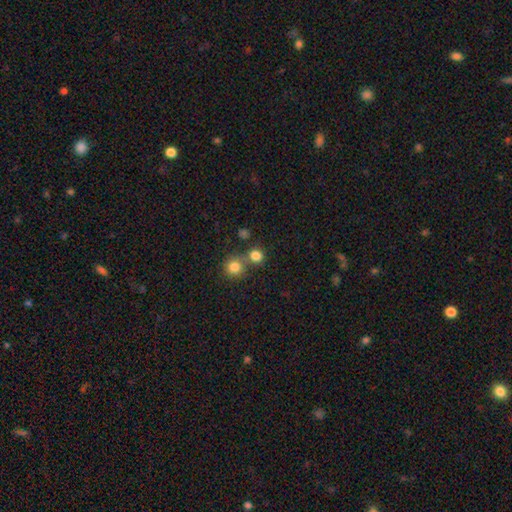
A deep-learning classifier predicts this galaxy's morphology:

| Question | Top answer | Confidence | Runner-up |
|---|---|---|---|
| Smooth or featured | smooth | 81% | star or artifact (13%) |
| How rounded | round | 86% | in between (13%) |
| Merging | none | 61% | merger (28%) |